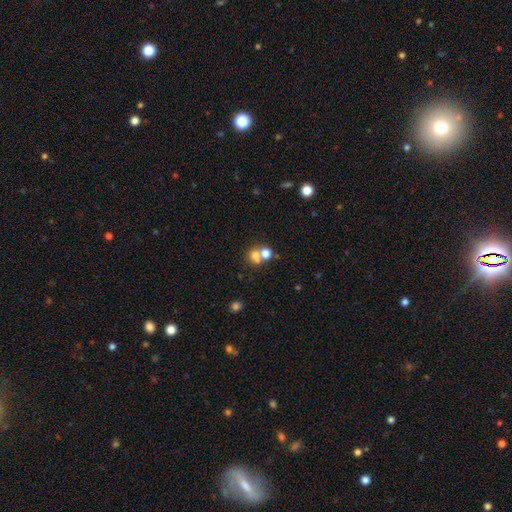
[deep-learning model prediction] The model was most divided on "merging": merger: 51%, none: 39%, minor disturbance: 6%, major disturbance: 4%. More confident: how rounded — round (78%); smooth or featured — smooth (67%).